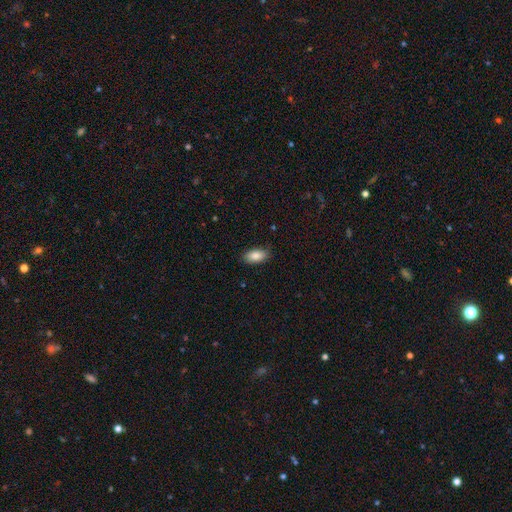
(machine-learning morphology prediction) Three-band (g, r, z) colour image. It shows a smooth galaxy with no disk features (86%) that is in between round and cigar-shaped (92%). Merging: none (84%).